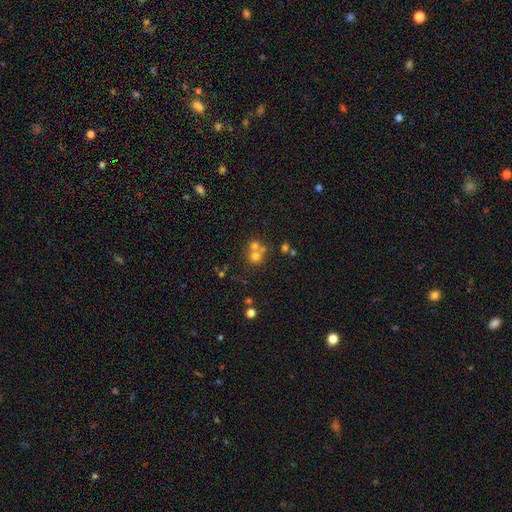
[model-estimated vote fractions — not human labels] smooth-or-featured: smooth: 63% | star or artifact: 18% | featured or disk: 18%
  how-rounded: round: 86% | in between: 13% | cigar-shaped: 1%
  merging: merger: 47% | none: 43% | minor disturbance: 6% | major disturbance: 4%